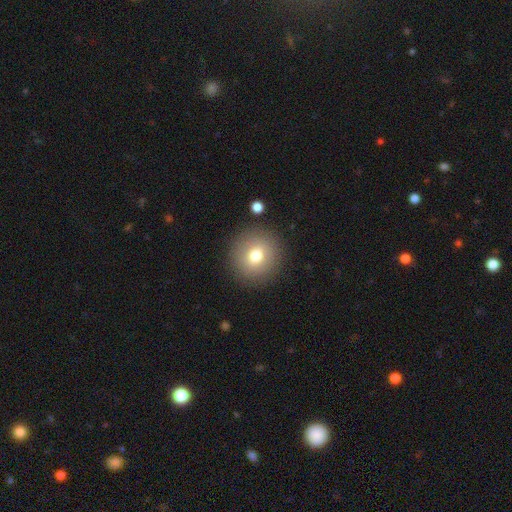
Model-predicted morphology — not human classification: Smooth or featured?
  - smooth: 75% *
  - featured or disk: 14%
  - star or artifact: 11%
How rounded?
  - round: 92% *
  - in between: 7%
  - cigar-shaped: 1%
Merging?
  - none: 88% *
  - minor disturbance: 7%
  - major disturbance: 3%
  - merger: 2%